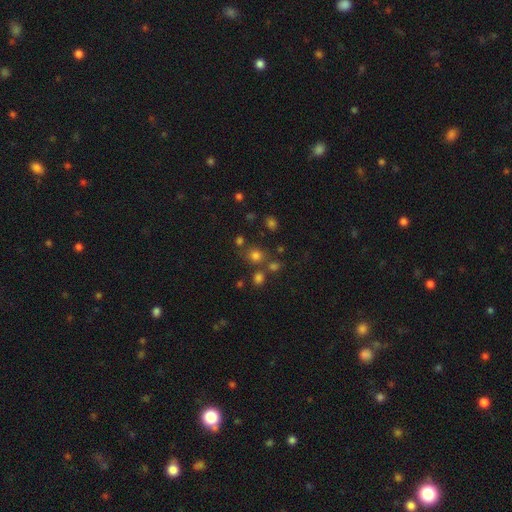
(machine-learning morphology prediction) smooth_or_featured: smooth (p=0.72) [alt: star or artifact p=0.21]
how_rounded: round (p=0.80) [alt: in between p=0.19]
merging: none (p=0.71) [alt: merger p=0.15]